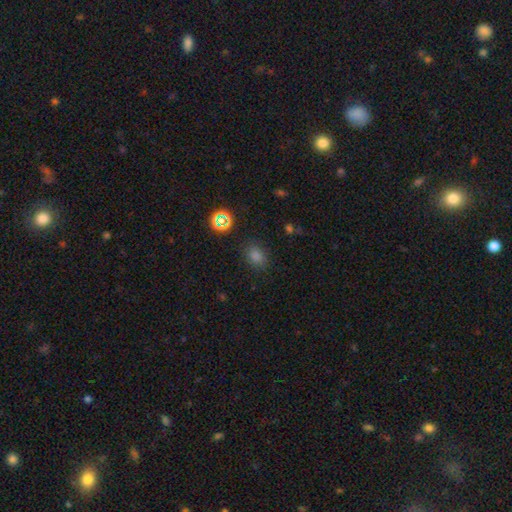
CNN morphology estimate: A smooth galaxy with no disk features (73%) that is in between round and cigar-shaped (53%).

Vote fractions:
- Smooth or featured? smooth: 73% / star or artifact: 22% / featured or disk: 5%
- How rounded? in between: 53% / round: 46% / cigar-shaped: 1%
- Merging? none: 86% / minor disturbance: 10% / major disturbance: 3% / merger: 2%